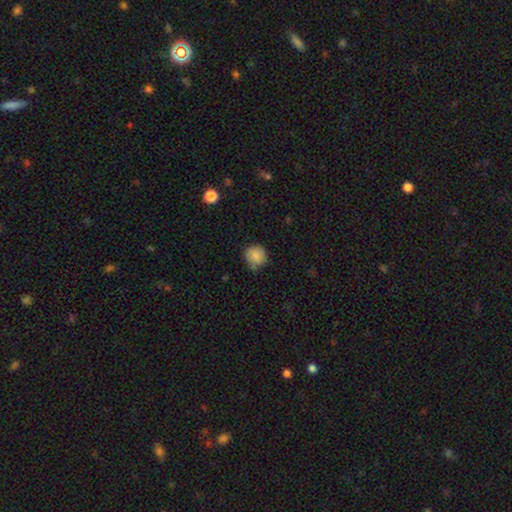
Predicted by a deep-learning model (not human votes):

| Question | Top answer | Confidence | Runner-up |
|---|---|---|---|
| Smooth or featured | smooth | 85% | star or artifact (8%) |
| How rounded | round | 89% | in between (10%) |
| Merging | none | 71% | minor disturbance (23%) |